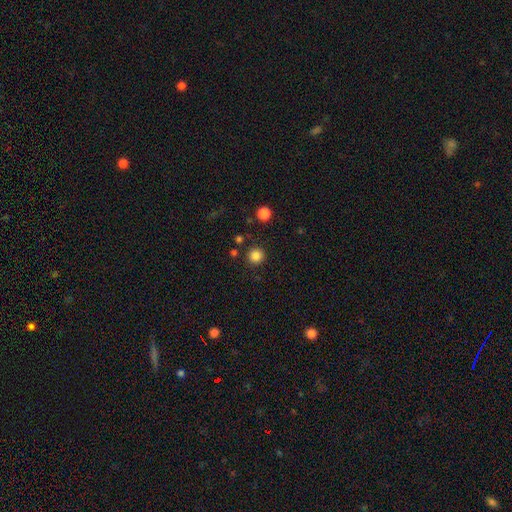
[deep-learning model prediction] Smooth or featured? Predicted: smooth (p=0.84). How rounded? Predicted: round (p=0.95). Merging? Predicted: none (p=0.89).